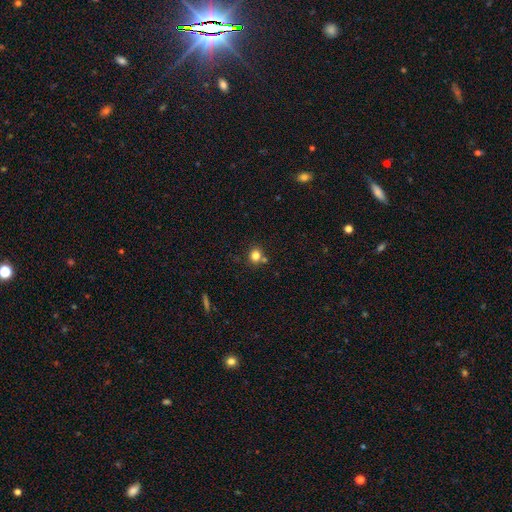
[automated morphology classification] smooth 81%, star or artifact 13%, featured or disk 6%. Down the decision tree: how rounded — round (84%); merging — none (70%).